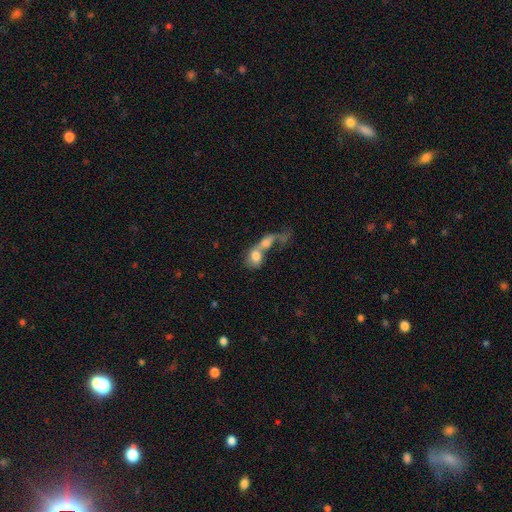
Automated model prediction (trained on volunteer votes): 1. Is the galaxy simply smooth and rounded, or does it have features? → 69% smooth, 22% featured or disk, 9% star or artifact.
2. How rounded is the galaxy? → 55% in between, 40% round, 5% cigar-shaped.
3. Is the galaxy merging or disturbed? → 74% merger, 11% none, 9% major disturbance, 5% minor disturbance.